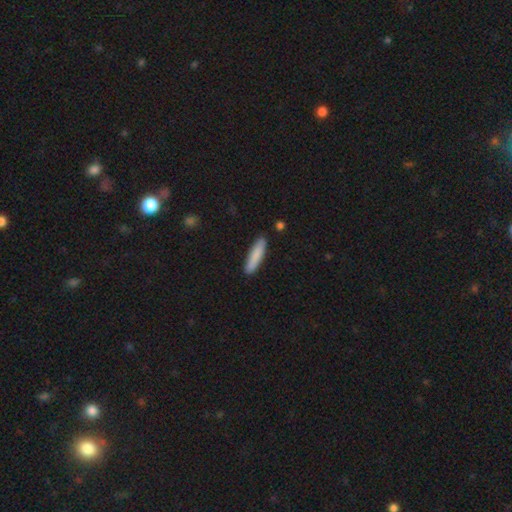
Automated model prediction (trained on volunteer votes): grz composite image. It shows a smooth galaxy with no disk features (84%) that is cigar-shaped (81%). Merging: none (88%).